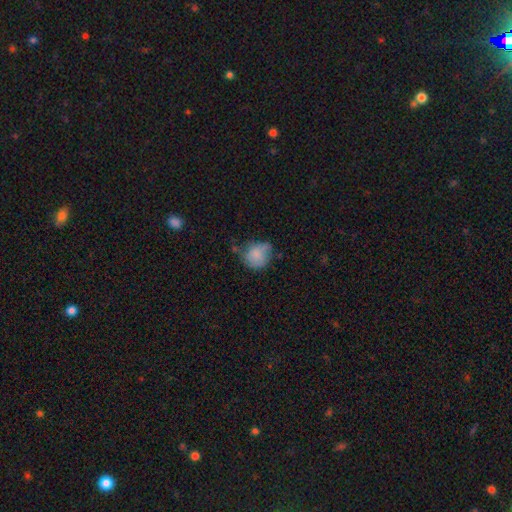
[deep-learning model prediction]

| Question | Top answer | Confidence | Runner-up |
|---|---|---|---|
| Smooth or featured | smooth | 75% | featured or disk (16%) |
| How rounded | round | 71% | in between (28%) |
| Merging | none | 44% | minor disturbance (37%) |